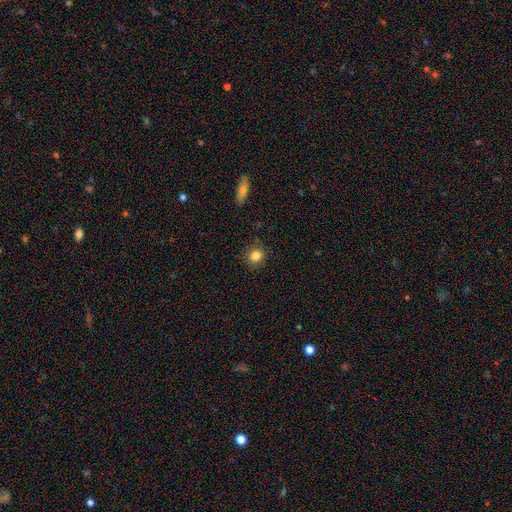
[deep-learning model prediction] This appears to be a smooth galaxy with no disk features (84%) that is round (86%). Merging: none (88%).